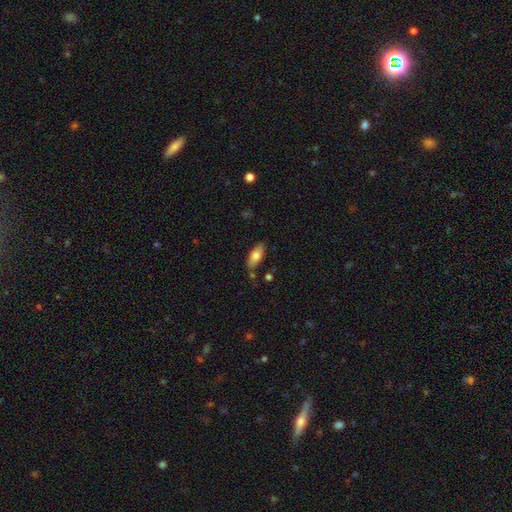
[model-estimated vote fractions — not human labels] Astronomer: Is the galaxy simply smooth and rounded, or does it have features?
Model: smooth — 77%.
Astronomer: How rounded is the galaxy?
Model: in between — 82%.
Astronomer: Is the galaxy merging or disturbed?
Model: none — 81%.